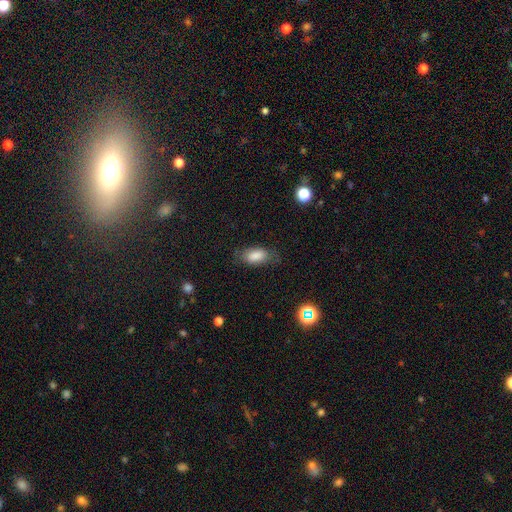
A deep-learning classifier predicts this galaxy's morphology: smooth 83%, featured or disk 9%, star or artifact 7%. Down the decision tree: how rounded — in between (90%); merging — none (75%).